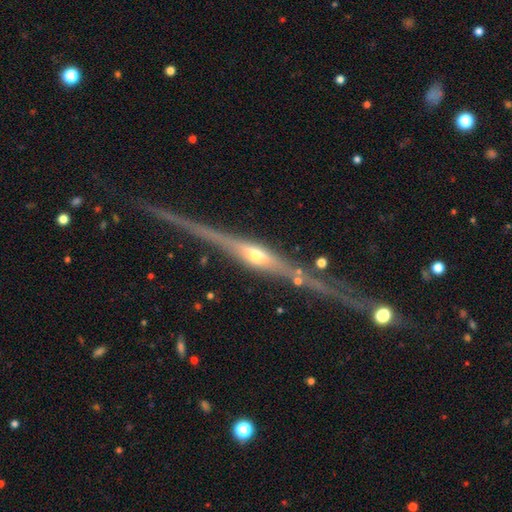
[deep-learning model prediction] Smooth or featured? featured or disk (78%)
Edge-on disk? yes (95%)
Edge-on bulge? rounded (89%)
Merging? none (75%)